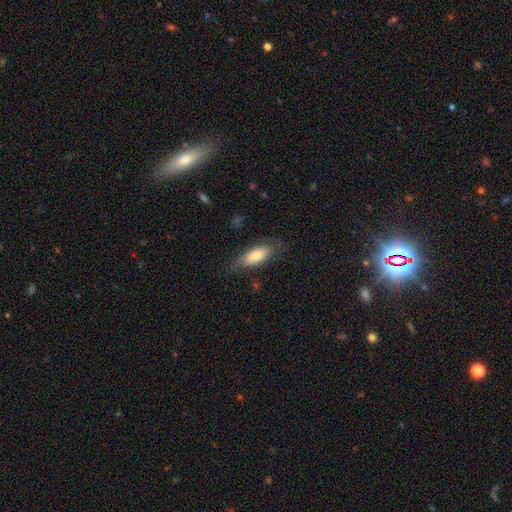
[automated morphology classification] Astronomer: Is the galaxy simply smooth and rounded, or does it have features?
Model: smooth — 74%.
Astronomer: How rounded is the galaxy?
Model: in between — 78%.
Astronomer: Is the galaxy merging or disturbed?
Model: none — 69%.